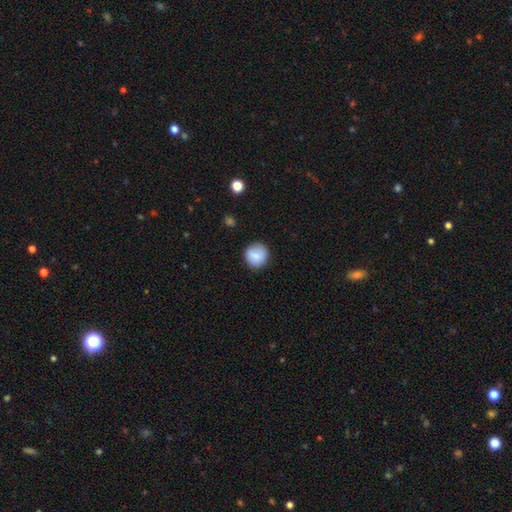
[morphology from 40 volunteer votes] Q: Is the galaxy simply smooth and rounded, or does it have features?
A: smooth — 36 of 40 (90%).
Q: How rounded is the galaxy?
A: round — 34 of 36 (94%).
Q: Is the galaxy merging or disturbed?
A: none — 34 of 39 (87%).